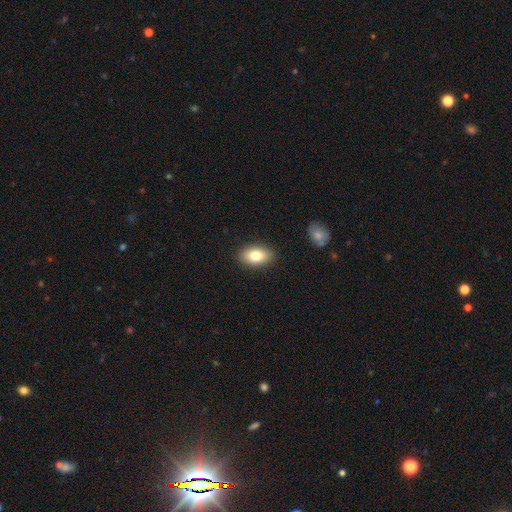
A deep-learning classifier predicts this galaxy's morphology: type=smooth (79%); roundness=in between (90%); merging=none (88%).